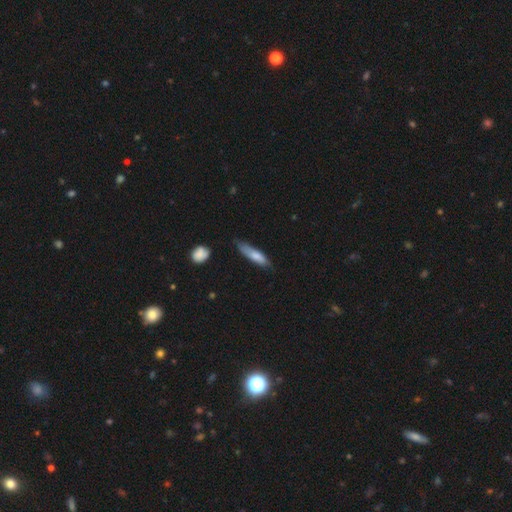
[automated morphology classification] This appears to be a smooth galaxy with no disk features (75%) that is cigar-shaped (72%). Merging: none (59%).